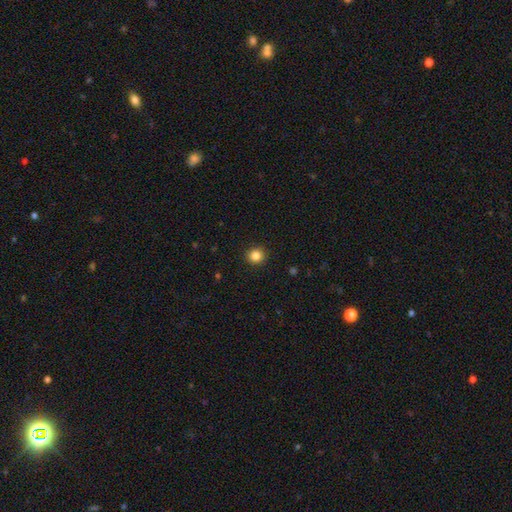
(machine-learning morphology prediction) This appears to be a smooth galaxy with no disk features (85%) that is round (91%). Merging: none (92%).